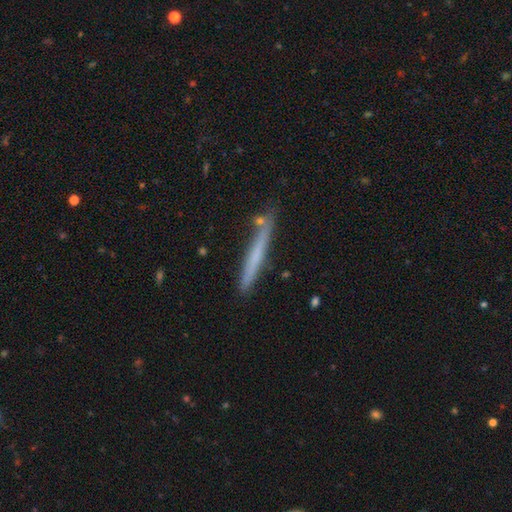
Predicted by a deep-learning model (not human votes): Morphology: type=smooth (55%); roundness=cigar-shaped (97%); merging=none (83%).